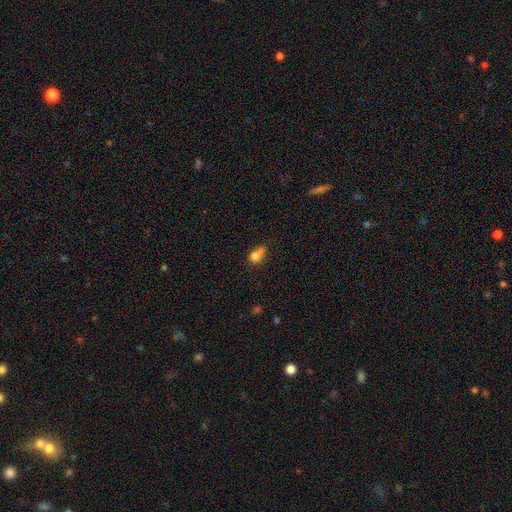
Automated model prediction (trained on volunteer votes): Q: Smooth or featured?
A: smooth (77%); runner-up: featured or disk (12%)
Q: How rounded?
A: in between (72%); runner-up: round (22%)
Q: Merging?
A: minor disturbance (34%); runner-up: none (32%)